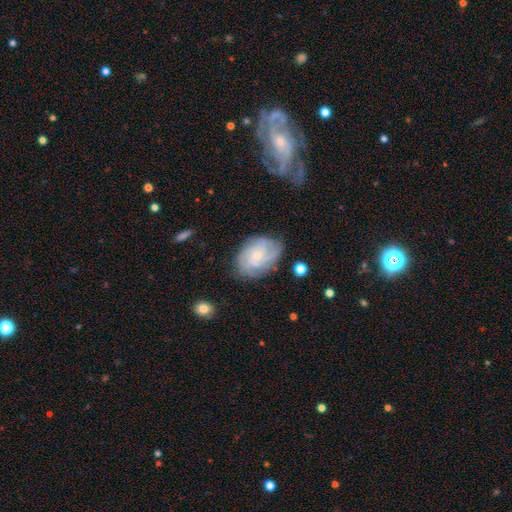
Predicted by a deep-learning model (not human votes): This appears to be a featured or disk galaxy (70%) with no bar (71%), tight (56%) spiral arms (91%) and a small central bulge (70%). Merging: none (73%).